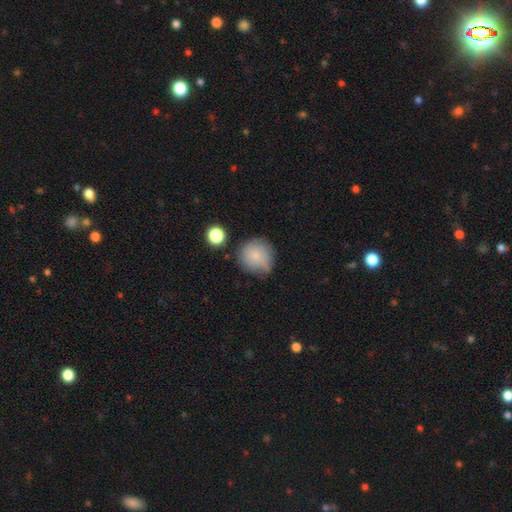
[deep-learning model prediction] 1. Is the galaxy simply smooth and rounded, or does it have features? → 79% smooth, 12% featured or disk, 9% star or artifact.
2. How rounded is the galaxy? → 91% round, 8% in between, 1% cigar-shaped.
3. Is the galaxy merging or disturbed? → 63% none, 26% minor disturbance, 7% major disturbance, 4% merger.